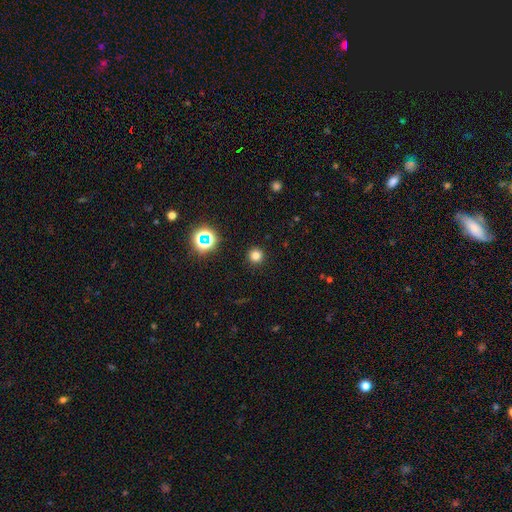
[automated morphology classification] A smooth galaxy with no disk features (76%) that is round (96%).

Vote fractions:
- Smooth or featured? smooth: 76% / star or artifact: 19% / featured or disk: 5%
- How rounded? round: 96% / in between: 3% / cigar-shaped: 1%
- Merging? none: 92% / minor disturbance: 5% / major disturbance: 2% / merger: 1%